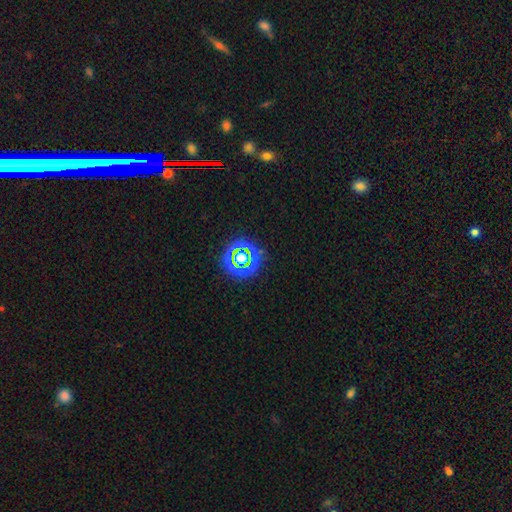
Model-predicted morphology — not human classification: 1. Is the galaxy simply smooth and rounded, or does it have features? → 72% star or artifact, 18% smooth, 10% featured or disk.